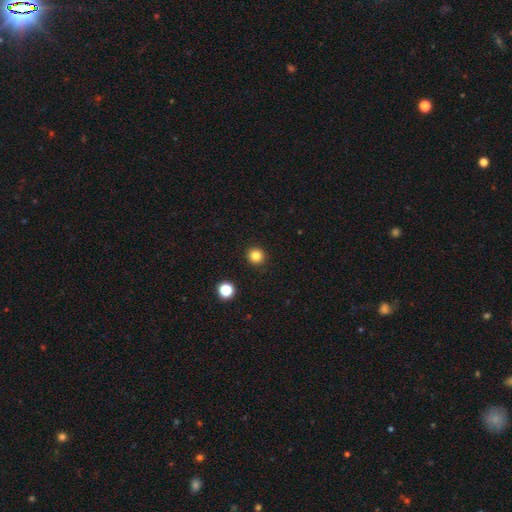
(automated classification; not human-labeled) Q: Smooth or featured?
A: smooth (83%); runner-up: star or artifact (13%)
Q: How rounded?
A: round (94%); runner-up: in between (5%)
Q: Merging?
A: none (93%); runner-up: minor disturbance (5%)